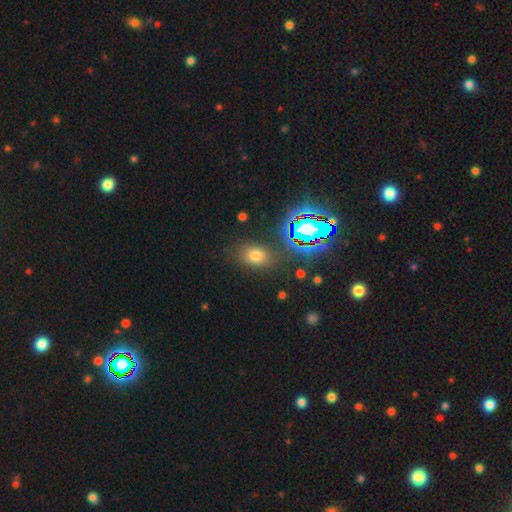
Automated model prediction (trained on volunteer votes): Q: Smooth or featured?
A: smooth (65%); runner-up: star or artifact (25%)
Q: How rounded?
A: in between (73%); runner-up: round (25%)
Q: Merging?
A: none (81%); runner-up: minor disturbance (11%)